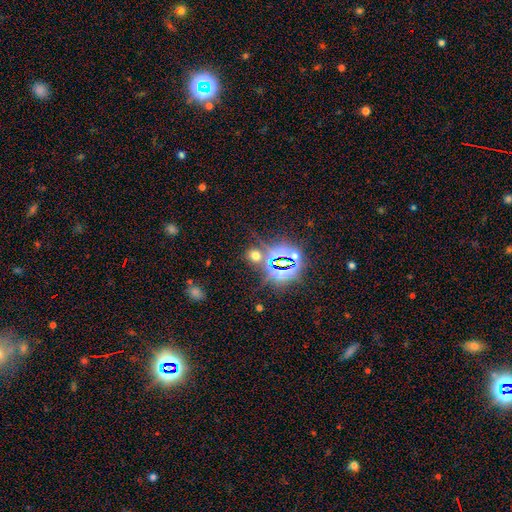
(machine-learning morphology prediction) A star or artifact, not a galaxy (53%).